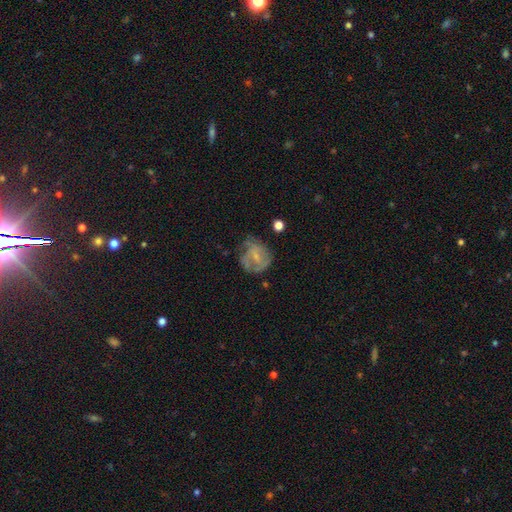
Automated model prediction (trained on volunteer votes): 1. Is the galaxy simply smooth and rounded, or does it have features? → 54% featured or disk, 36% smooth, 9% star or artifact.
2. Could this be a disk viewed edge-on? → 97% no, 3% yes.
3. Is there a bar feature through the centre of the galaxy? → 54% no, 39% weak, 8% strong.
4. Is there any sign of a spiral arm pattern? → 58% yes, 42% no.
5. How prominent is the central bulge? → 58% small, 21% moderate, 19% none, 1% large, 1% dominant.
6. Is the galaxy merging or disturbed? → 48% none, 27% minor disturbance, 22% major disturbance, 3% merger.